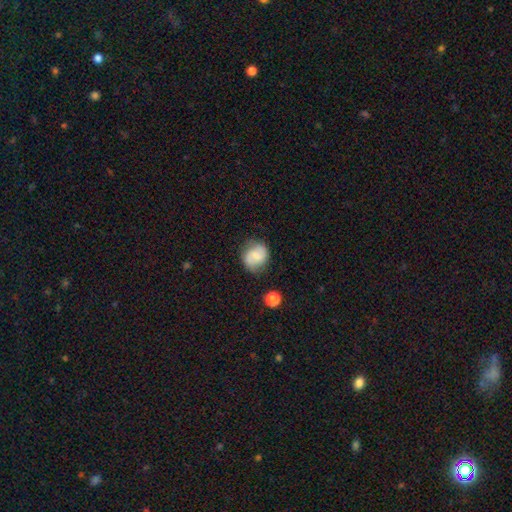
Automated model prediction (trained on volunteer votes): Smooth or featured? smooth (65%)
How rounded? round (71%)
Merging? none (71%)